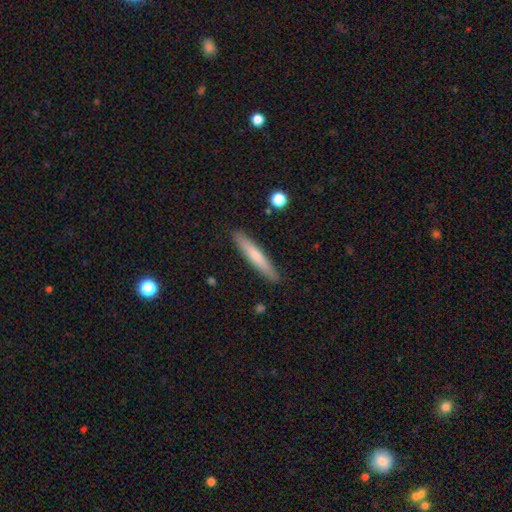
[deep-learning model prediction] A smooth galaxy with no disk features (67%) that is cigar-shaped (94%).

Vote fractions:
- Smooth or featured? smooth: 67% / featured or disk: 28% / star or artifact: 6%
- How rounded? cigar-shaped: 94% / in between: 5% / round: 1%
- Merging? none: 90% / minor disturbance: 7% / major disturbance: 1% / merger: 1%